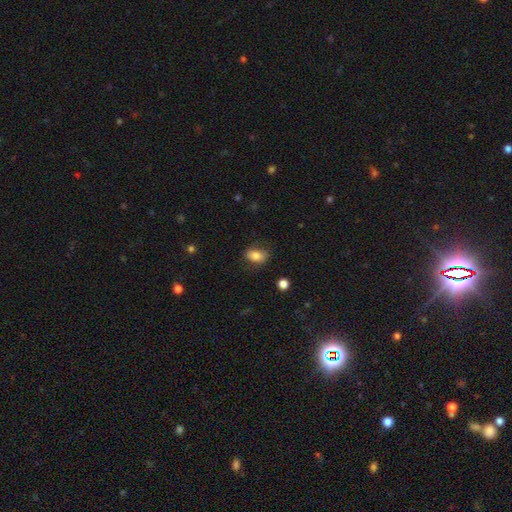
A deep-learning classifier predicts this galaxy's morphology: Smooth or featured?
  - smooth: 79% *
  - featured or disk: 12%
  - star or artifact: 9%
How rounded?
  - in between: 79% *
  - round: 19%
  - cigar-shaped: 2%
Merging?
  - none: 73% *
  - minor disturbance: 19%
  - major disturbance: 6%
  - merger: 1%